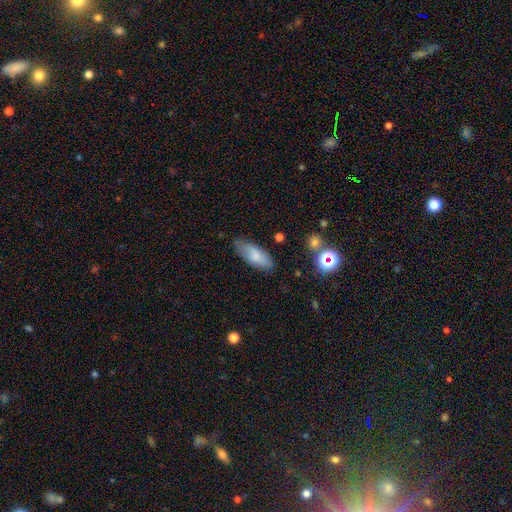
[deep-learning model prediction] smooth_or_featured: smooth (p=0.76) [alt: featured or disk p=0.16]
how_rounded: in between (p=0.78) [alt: cigar-shaped p=0.20]
merging: none (p=0.75) [alt: minor disturbance p=0.19]